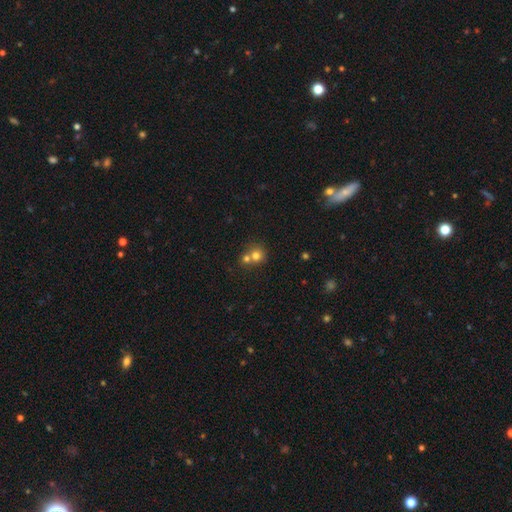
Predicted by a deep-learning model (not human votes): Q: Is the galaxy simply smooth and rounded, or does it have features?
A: smooth — 73%.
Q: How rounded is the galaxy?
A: round — 84%.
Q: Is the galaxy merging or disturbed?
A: merger — 51%.